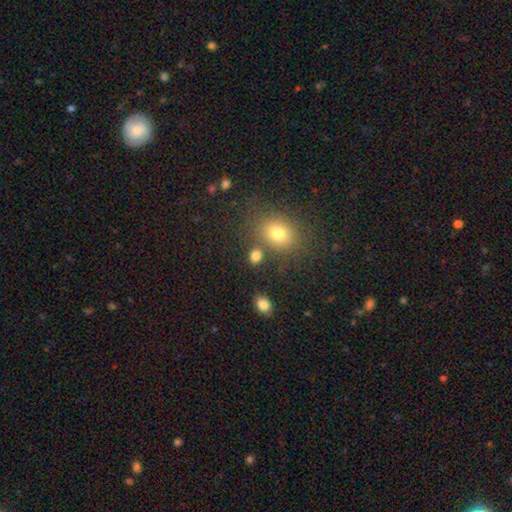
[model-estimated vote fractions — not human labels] Q: Smooth or featured?
A: smooth (80%); runner-up: star or artifact (14%)
Q: How rounded?
A: in between (50%); runner-up: round (48%)
Q: Merging?
A: none (73%); runner-up: merger (12%)